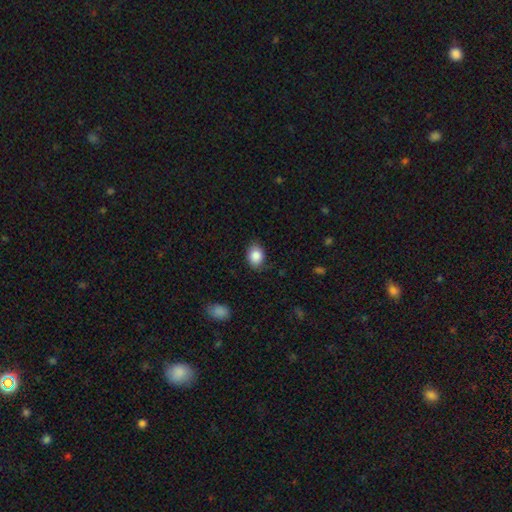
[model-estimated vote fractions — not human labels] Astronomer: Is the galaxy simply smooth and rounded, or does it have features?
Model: smooth — 87%.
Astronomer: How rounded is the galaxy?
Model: in between — 65%.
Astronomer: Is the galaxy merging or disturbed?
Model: none — 79%.